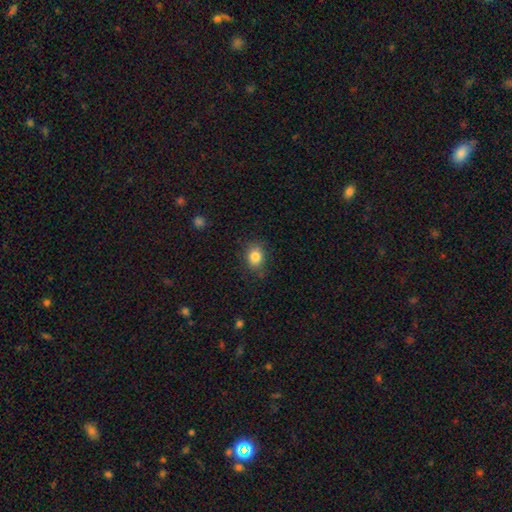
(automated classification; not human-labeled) This is clearly a smooth galaxy (84%). How rounded: possibly in between (52%). Merging: likely none (79%).